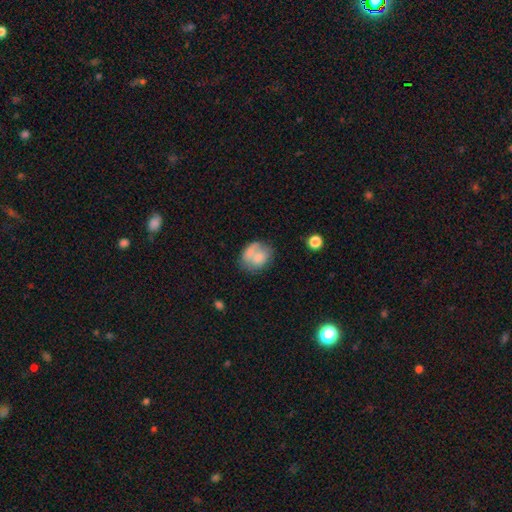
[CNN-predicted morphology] The model was most divided on "how rounded": round: 52%, in between: 47%, cigar-shaped: 1%. Remaining: smooth or featured — smooth (66%); merging — none (37%).